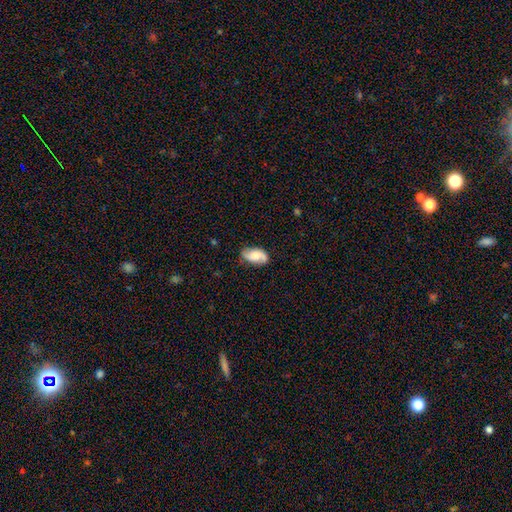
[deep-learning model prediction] A smooth galaxy with no disk features (48%). Merging: none (73%).